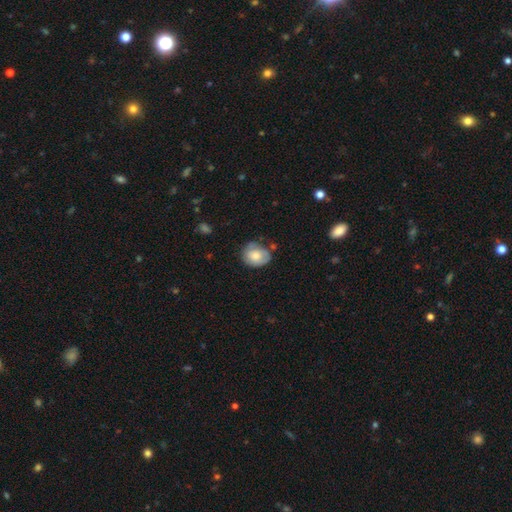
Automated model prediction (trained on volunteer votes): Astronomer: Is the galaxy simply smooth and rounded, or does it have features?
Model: smooth — 65%.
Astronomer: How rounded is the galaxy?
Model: round — 54% (runner-up: in between, 45%).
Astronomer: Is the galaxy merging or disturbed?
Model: none — 57%.